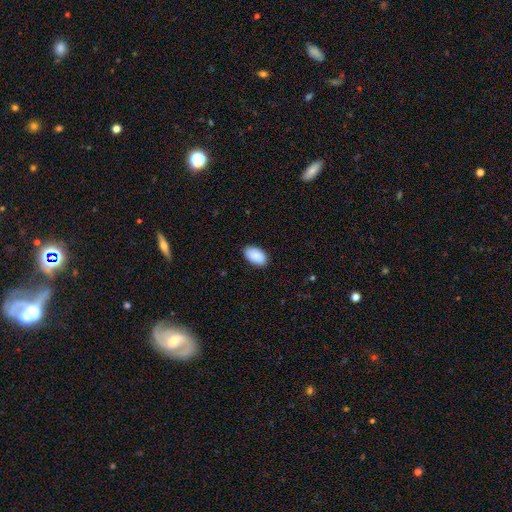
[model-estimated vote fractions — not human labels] Smooth or featured?
  - smooth: 91% *
  - star or artifact: 6%
  - featured or disk: 3%
How rounded?
  - in between: 95% *
  - round: 4%
  - cigar-shaped: 1%
Merging?
  - none: 88% *
  - minor disturbance: 10%
  - major disturbance: 2%
  - merger: 1%